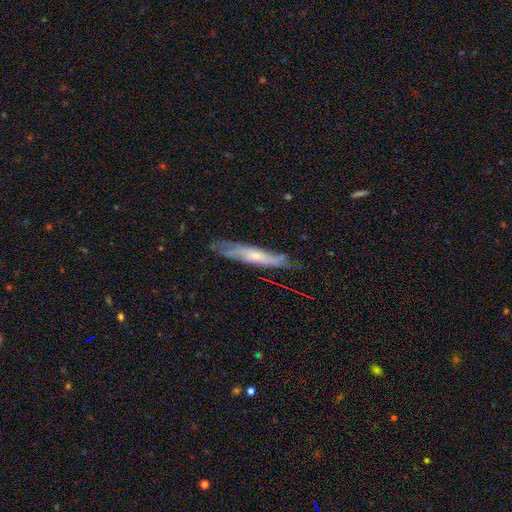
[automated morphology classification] Q: Smooth or featured?
A: featured or disk (61%); runner-up: smooth (32%)
Q: Edge-on disk?
A: yes (61%); runner-up: no (39%)
Q: Merging?
A: none (71%); runner-up: minor disturbance (21%)